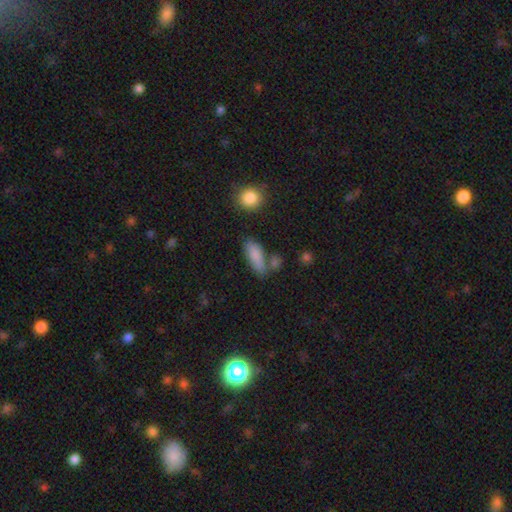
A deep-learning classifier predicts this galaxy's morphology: A smooth galaxy with no disk features (83%) that is in between round and cigar-shaped (73%).

Vote fractions:
- Smooth or featured? smooth: 83% / featured or disk: 9% / star or artifact: 8%
- How rounded? in between: 73% / cigar-shaped: 23% / round: 4%
- Merging? none: 59% / minor disturbance: 20% / merger: 14% / major disturbance: 7%